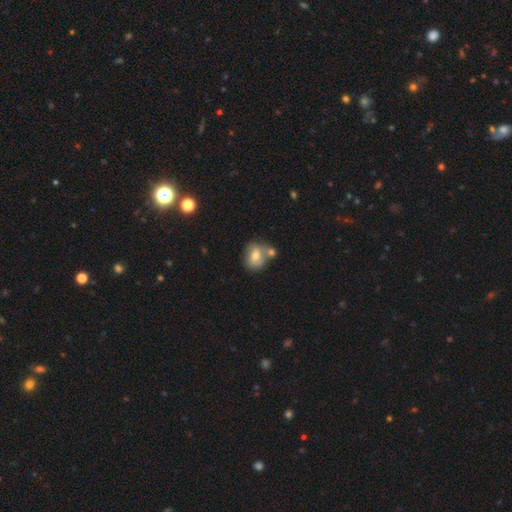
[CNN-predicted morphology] A smooth galaxy with no disk features (68%) that is round (68%).

Vote fractions:
- Smooth or featured? smooth: 68% / featured or disk: 23% / star or artifact: 9%
- How rounded? round: 68% / in between: 31% / cigar-shaped: 1%
- Merging? none: 46% / merger: 37% / minor disturbance: 14% / major disturbance: 4%